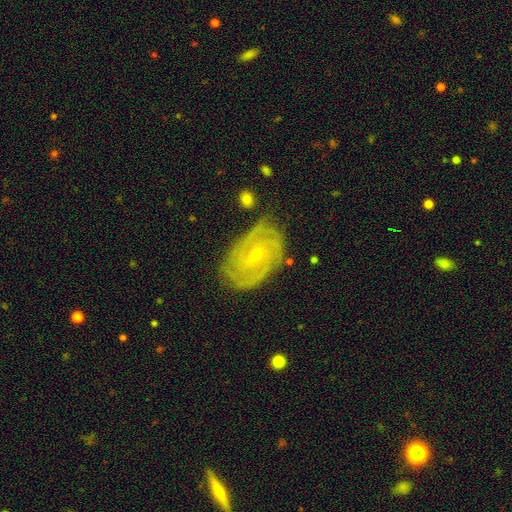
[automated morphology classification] Smooth or featured?
  - featured or disk: 83% *
  - smooth: 11%
  - star or artifact: 6%
Edge-on disk?
  - no: 96% *
  - yes: 4%
Bar?
  - weak: 48% *
  - no: 36%
  - strong: 16%
Spiral arms?
  - yes: 92% *
  - no: 8%
Spiral winding?
  - tight: 64% *
  - medium: 29%
  - loose: 7%
Spiral arm count?
  - 2: 41% *
  - can't tell: 27%
  - 3: 17%
  - 4: 7%
  - 1: 4%
  - more than 4: 4%
Bulge size?
  - small: 66% *
  - moderate: 32%
  - large: 1%
  - none: 1%
  - dominant: 1%
Merging?
  - none: 74% *
  - minor disturbance: 18%
  - major disturbance: 5%
  - merger: 2%